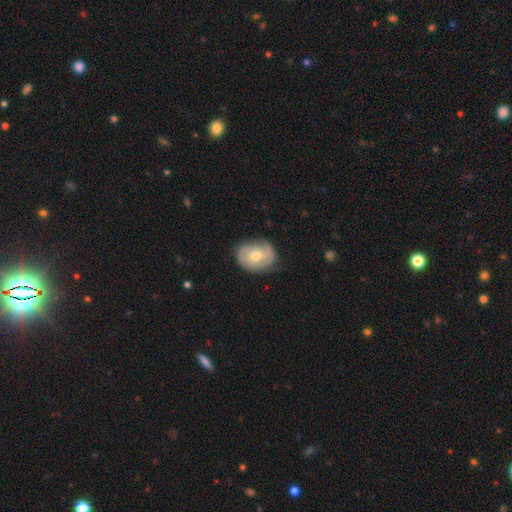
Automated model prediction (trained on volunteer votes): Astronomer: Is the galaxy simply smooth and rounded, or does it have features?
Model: featured or disk — 64%.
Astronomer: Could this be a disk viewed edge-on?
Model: no — 97%.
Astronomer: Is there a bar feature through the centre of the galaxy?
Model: no — 65%.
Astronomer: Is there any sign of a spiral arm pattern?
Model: yes — 83%.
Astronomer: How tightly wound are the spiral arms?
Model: tight — 50% (runner-up: medium, 35%).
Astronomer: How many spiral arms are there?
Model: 2 — 41% (runner-up: can't tell, 28%).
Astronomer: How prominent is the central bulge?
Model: moderate — 69%.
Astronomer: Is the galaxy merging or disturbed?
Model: none — 71%.